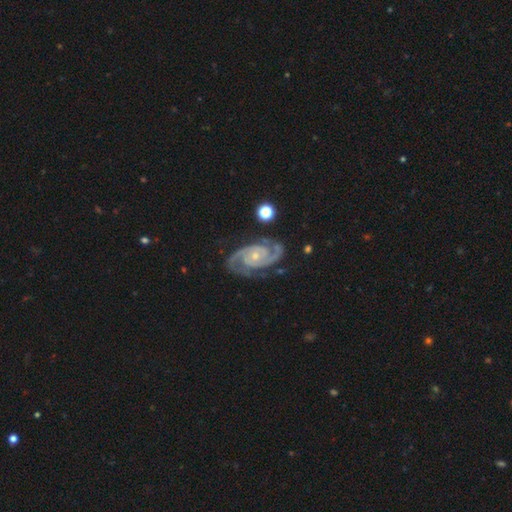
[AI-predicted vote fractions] This is clearly a featured or disk galaxy (93%). It is clearly not viewed edge-on (98%). Bar: likely no (68%). Spiral arm pattern: clearly yes (99%). Spiral arm count: clearly 2 (92%). Spiral winding: possibly tight (55%). Central bulge: likely small (69%). Merging: clearly none (81%).